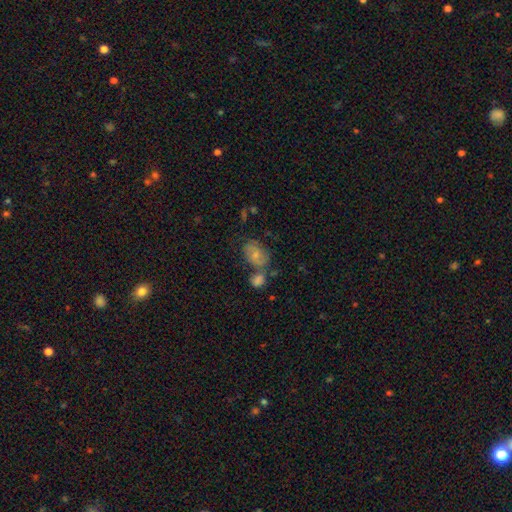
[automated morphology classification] Q: Smooth or featured?
A: featured or disk (45%); runner-up: smooth (44%)
Q: Merging?
A: none (45%); runner-up: merger (28%)